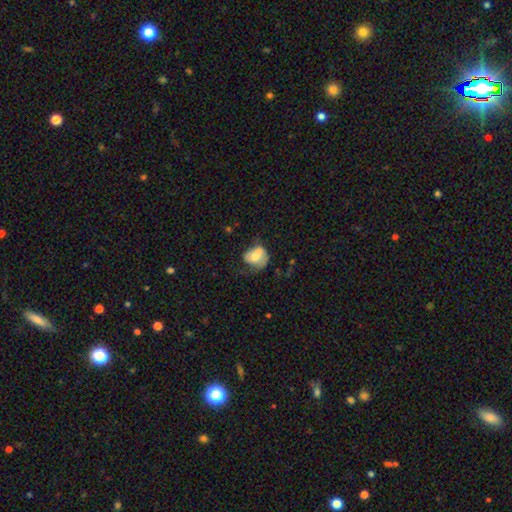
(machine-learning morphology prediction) Q: Smooth or featured?
A: smooth (59%); runner-up: featured or disk (33%)
Q: How rounded?
A: in between (54%); runner-up: round (44%)
Q: Merging?
A: none (31%); runner-up: minor disturbance (29%)